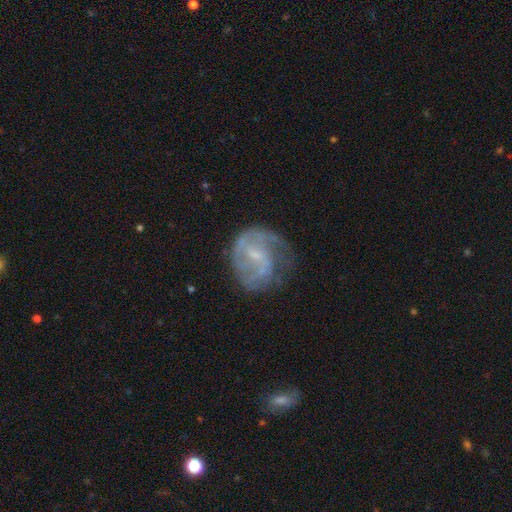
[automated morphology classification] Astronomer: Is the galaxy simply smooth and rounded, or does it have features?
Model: featured or disk — 76%.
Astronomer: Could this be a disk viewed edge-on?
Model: no — 98%.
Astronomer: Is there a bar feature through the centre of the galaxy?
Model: weak — 55% (runner-up: no, 33%).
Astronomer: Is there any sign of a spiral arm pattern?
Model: yes — 87%.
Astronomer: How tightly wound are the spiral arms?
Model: medium — 45% (runner-up: tight, 30%).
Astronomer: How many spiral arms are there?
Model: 2 — 46% (runner-up: can't tell, 25%).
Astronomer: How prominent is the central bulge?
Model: small — 63%.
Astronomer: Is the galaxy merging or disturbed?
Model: none — 52%.